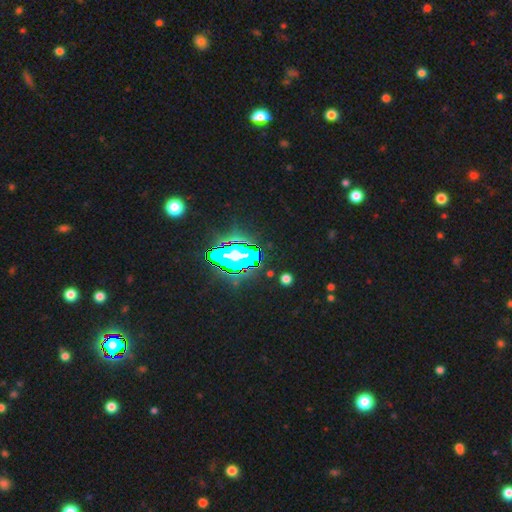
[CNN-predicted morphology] A star or artifact, not a galaxy (83%).